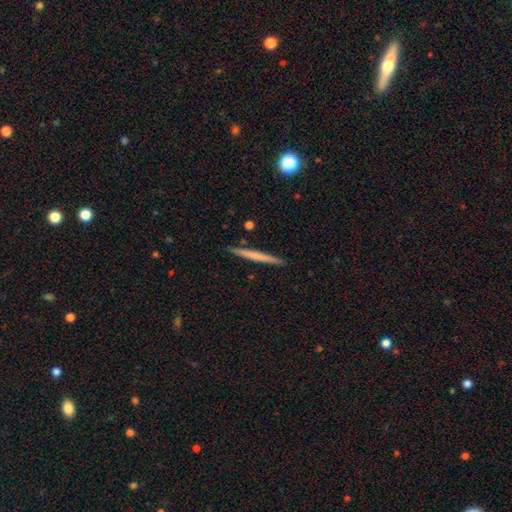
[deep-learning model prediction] This appears to be a smooth galaxy with no disk features (51%) that is cigar-shaped (97%). Merging: none (91%).